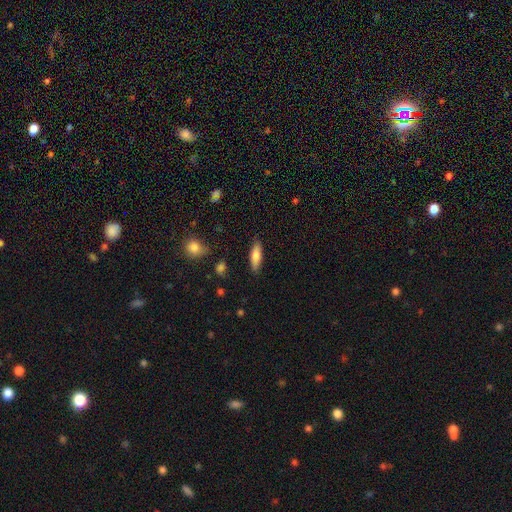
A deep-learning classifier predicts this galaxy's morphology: Q: Smooth or featured?
A: smooth (77%); runner-up: featured or disk (16%)
Q: How rounded?
A: in between (50%); runner-up: cigar-shaped (48%)
Q: Merging?
A: none (85%); runner-up: minor disturbance (11%)